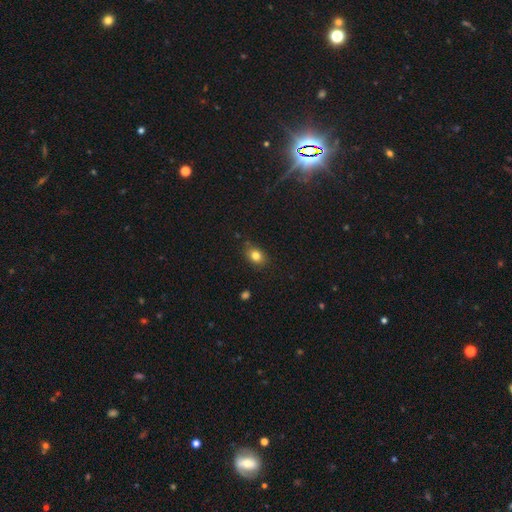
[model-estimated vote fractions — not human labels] smooth 81%, star or artifact 11%, featured or disk 8%. Down the decision tree: how rounded — in between (60%); merging — none (79%).